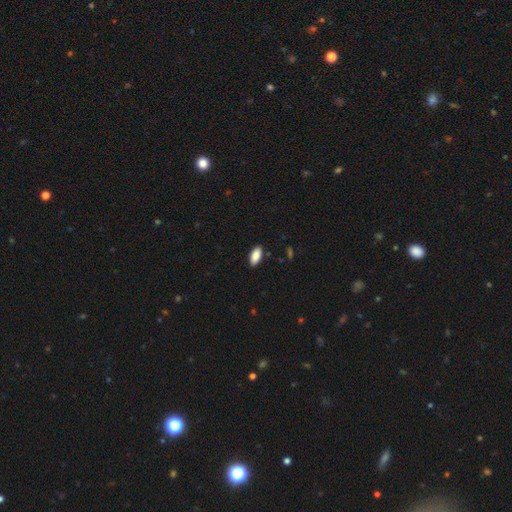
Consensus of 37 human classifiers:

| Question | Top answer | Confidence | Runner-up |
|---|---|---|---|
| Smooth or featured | smooth | 86% | featured or disk (8%) |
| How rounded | in between | 94% | cigar-shaped (6%) |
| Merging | none | 91% | minor disturbance (6%) |